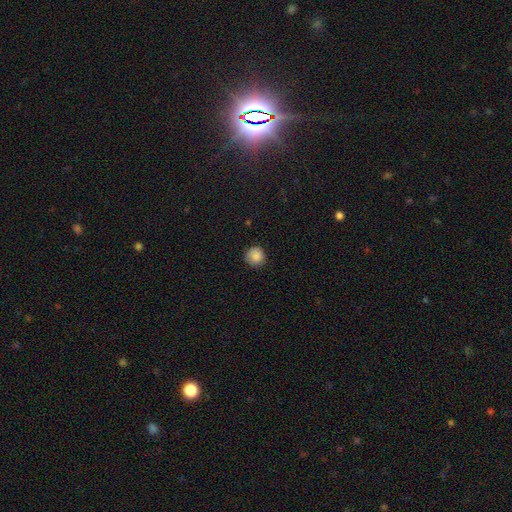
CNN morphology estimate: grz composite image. It shows a smooth galaxy with no disk features (87%) that is round (94%). Merging: none (86%).